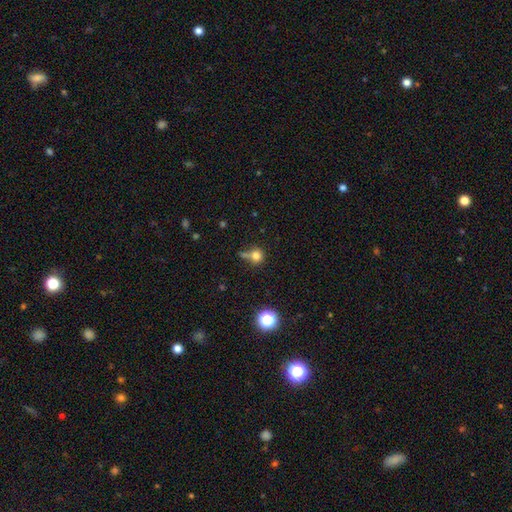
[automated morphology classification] smooth_or_featured: smooth (p=0.77) [alt: star or artifact p=0.15]
how_rounded: round (p=0.88) [alt: in between p=0.11]
merging: none (p=0.53) [alt: merger p=0.21]